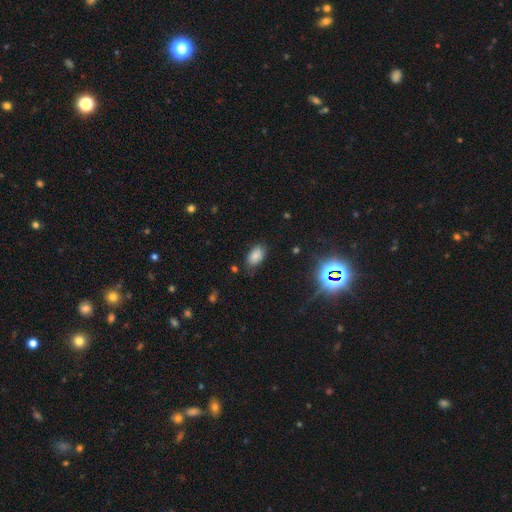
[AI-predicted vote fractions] smooth_or_featured: smooth (p=0.80) [alt: star or artifact p=0.13]
how_rounded: in between (p=0.92) [alt: round p=0.06]
merging: none (p=0.74) [alt: minor disturbance p=0.19]